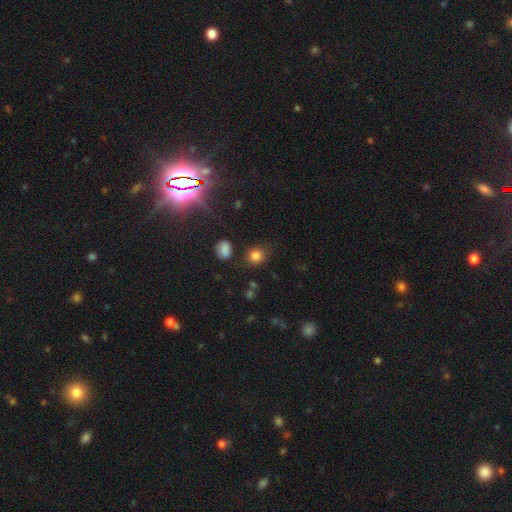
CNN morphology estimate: Smooth or featured? smooth (80%)
How rounded? round (74%)
Merging? none (80%)